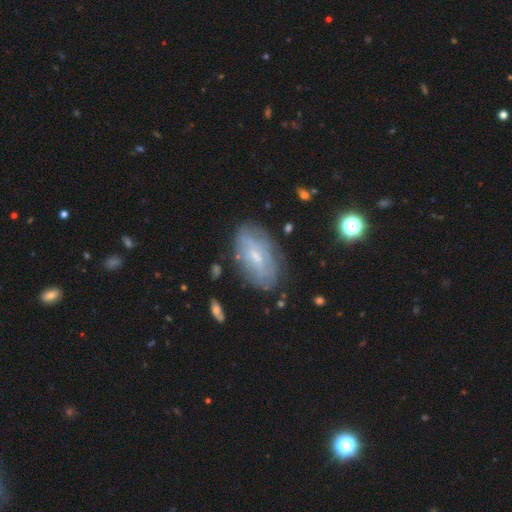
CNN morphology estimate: featured or disk 56%, smooth 36%, star or artifact 9%. Down the decision tree: edge-on disk — no (91%); bar — no (56%); spiral arms — yes (61%); bulge size — small (62%); merging — none (74%).